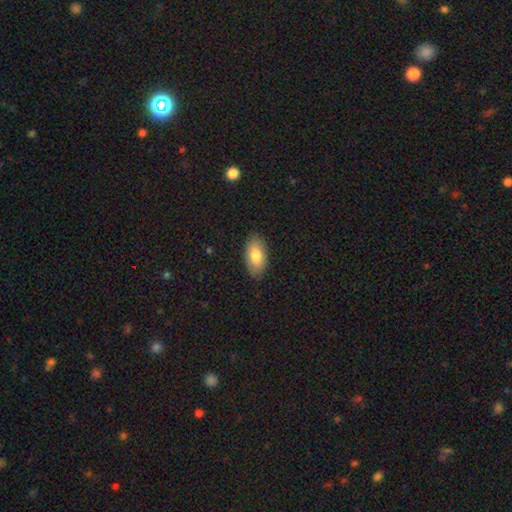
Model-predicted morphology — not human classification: This appears to be a smooth galaxy with no disk features (81%) that is in between round and cigar-shaped (93%). Merging: none (87%).